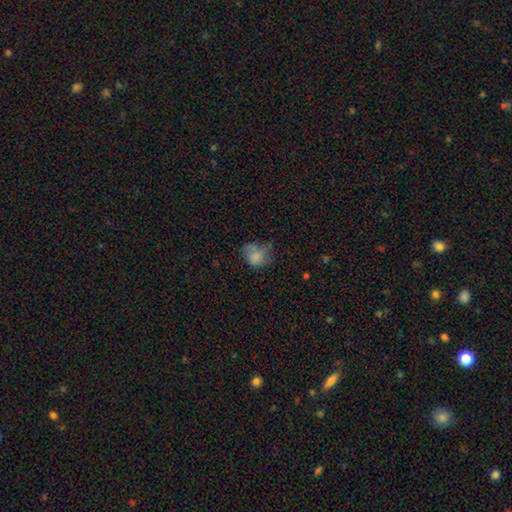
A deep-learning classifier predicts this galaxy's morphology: Overall: smooth (70%). How rounded: in between (52%; round 47%). Merging: none (38%; minor disturbance 31%).